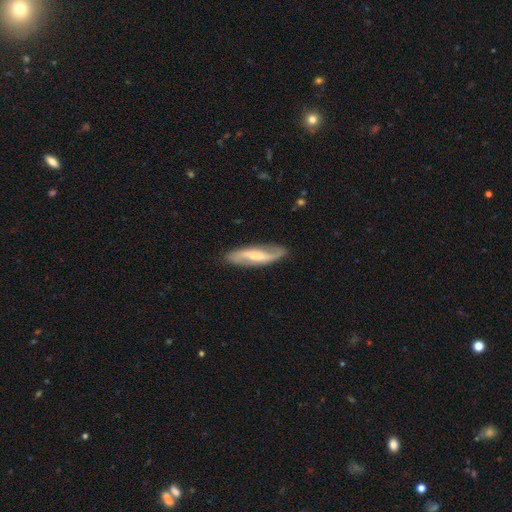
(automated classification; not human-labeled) smooth_or_featured: featured or disk (p=0.70) [alt: smooth p=0.25]
disk_edge_on: no (p=0.82) [alt: yes p=0.18]
bar: weak (p=0.44) [alt: strong p=0.30]
has_spiral_arms: yes (p=0.92) [alt: no p=0.08]
spiral_winding: loose (p=0.64) [alt: medium p=0.26]
spiral_arm_count: 2 (p=0.89) [alt: can't tell p=0.05]
bulge_size: small (p=0.41) [alt: moderate p=0.40]
merging: none (p=0.82) [alt: minor disturbance p=0.13]